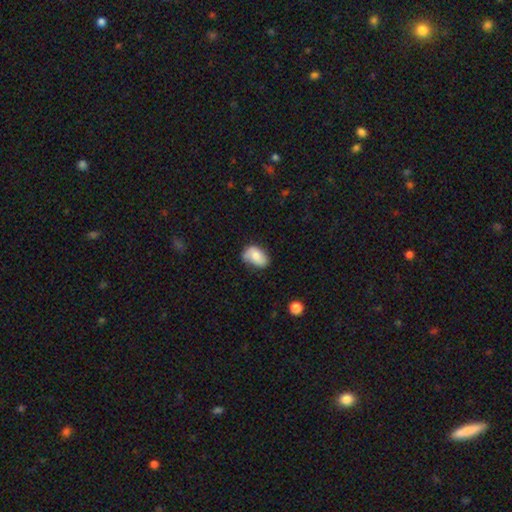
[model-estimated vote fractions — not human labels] Smooth or featured? smooth (64%)
How rounded? in between (87%)
Merging? none (57%)